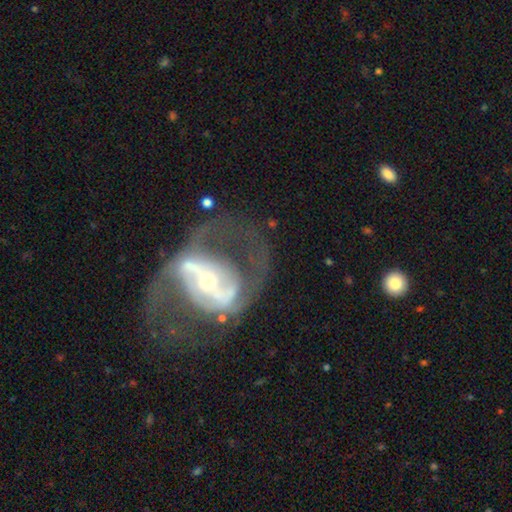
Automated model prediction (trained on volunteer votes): This is clearly a featured or disk galaxy (84%). It is clearly not viewed edge-on (96%). Bar: marginally strong (38%). Spiral arm pattern: clearly yes (82%). Spiral arm count: clearly 2 (82%). Spiral winding: possibly medium (47%). Central bulge: possibly small (51%). Merging: possibly none (46%).